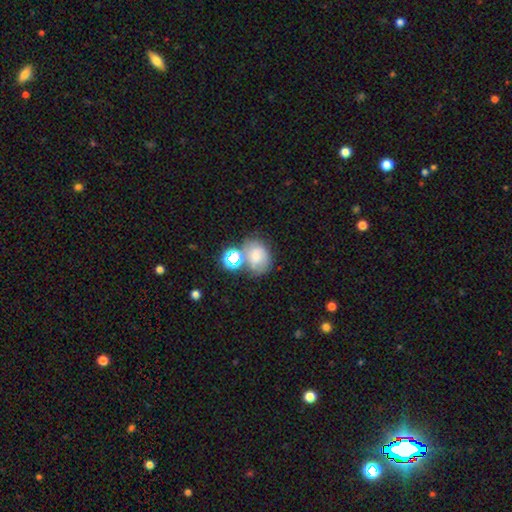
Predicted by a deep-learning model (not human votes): smooth-or-featured: smooth: 62% | featured or disk: 20% | star or artifact: 18%
  how-rounded: in between: 52% | round: 47% | cigar-shaped: 1%
  merging: none: 45% | merger: 26% | minor disturbance: 18% | major disturbance: 10%